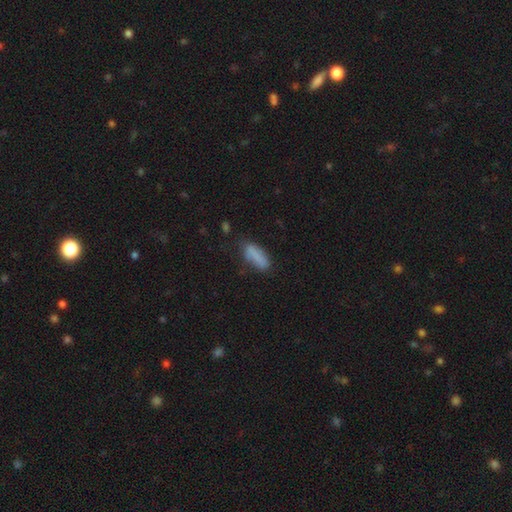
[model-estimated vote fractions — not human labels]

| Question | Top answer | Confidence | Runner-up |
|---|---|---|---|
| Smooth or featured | smooth | 81% | featured or disk (11%) |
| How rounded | in between | 62% | cigar-shaped (35%) |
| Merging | none | 62% | minor disturbance (25%) |